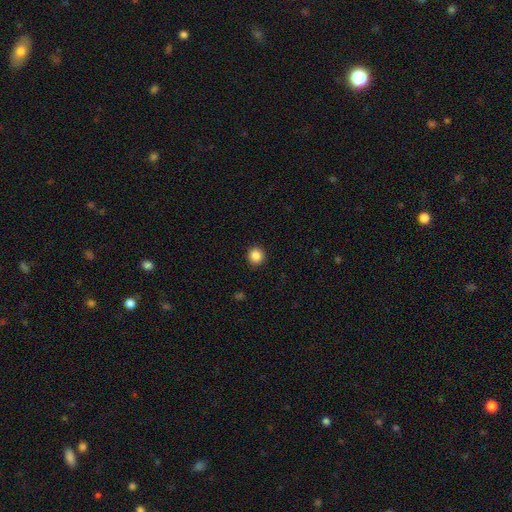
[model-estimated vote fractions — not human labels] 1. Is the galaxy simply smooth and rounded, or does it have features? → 86% smooth, 10% star or artifact, 3% featured or disk.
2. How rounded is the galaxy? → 94% round, 5% in between, 1% cigar-shaped.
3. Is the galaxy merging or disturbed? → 93% none, 5% minor disturbance, 2% major disturbance, 1% merger.